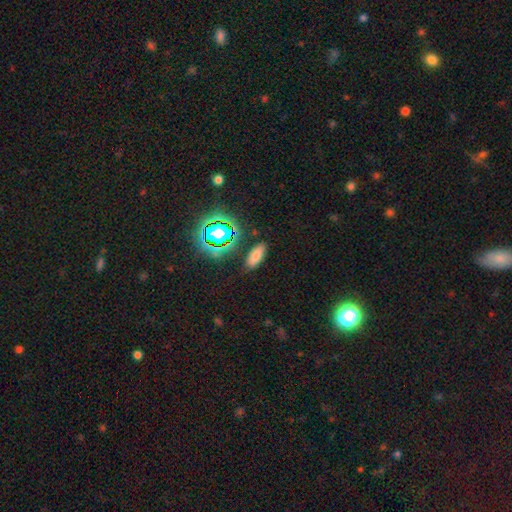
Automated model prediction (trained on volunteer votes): Overall: smooth (68%). How rounded: in between (79%). Merging: none (85%).